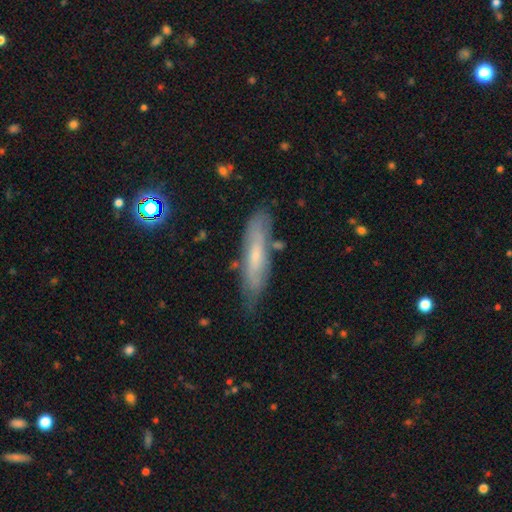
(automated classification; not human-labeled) smooth-or-featured: smooth: 46% (tied) | featured or disk: 46% (tied) | star or artifact: 7%
  merging: none: 72% | minor disturbance: 20% | major disturbance: 4% | merger: 3%